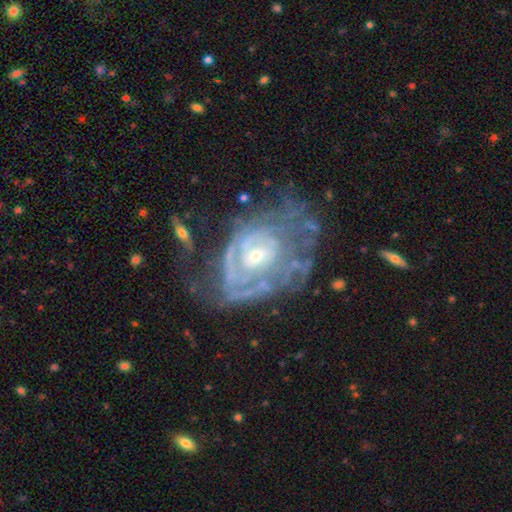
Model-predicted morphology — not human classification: This is clearly a featured or disk galaxy (83%). It is clearly not viewed edge-on (96%). Bar: likely no (65%). Spiral arm pattern: clearly yes (81%). Spiral arm count: possibly can't tell (56%). Spiral winding: likely tight (69%). Central bulge: possibly small (56%). Merging: marginally none (44%).